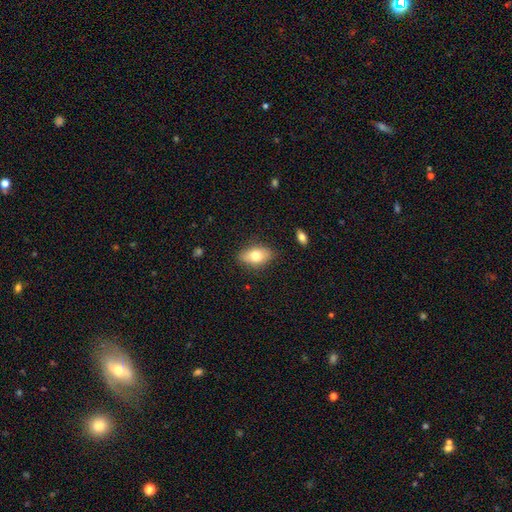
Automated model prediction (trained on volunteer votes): This is likely a smooth galaxy (74%). How rounded: clearly in between (87%). Merging: clearly none (82%).